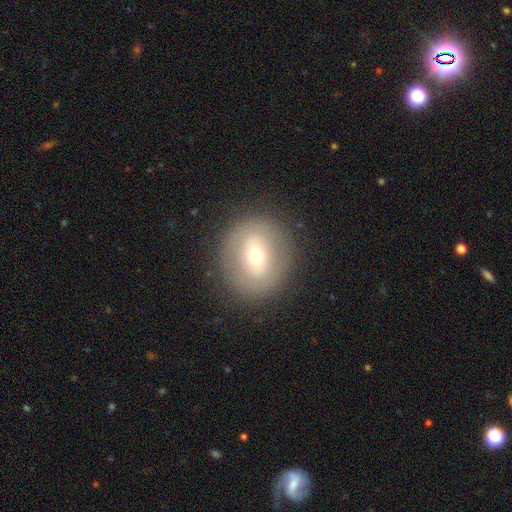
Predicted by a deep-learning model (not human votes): Q: Smooth or featured?
A: smooth (51%); runner-up: featured or disk (39%)
Q: How rounded?
A: round (81%); runner-up: in between (18%)
Q: Merging?
A: none (85%); runner-up: minor disturbance (9%)